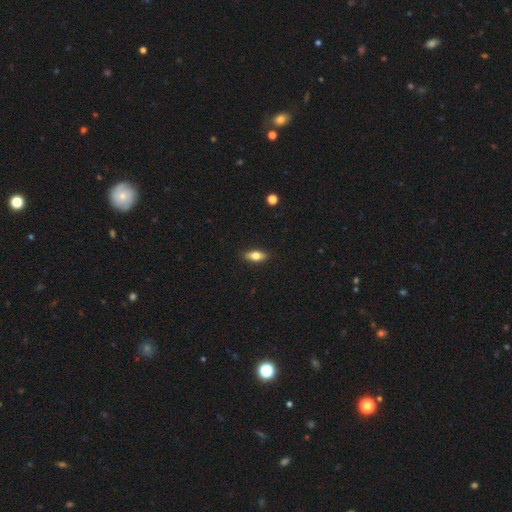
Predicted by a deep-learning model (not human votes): smooth_or_featured: smooth (p=0.69) [alt: featured or disk p=0.24]
how_rounded: in between (p=0.76) [alt: cigar-shaped p=0.20]
merging: none (p=0.89) [alt: minor disturbance p=0.09]